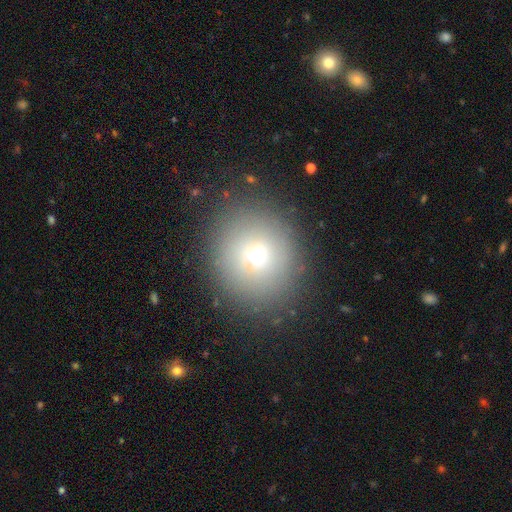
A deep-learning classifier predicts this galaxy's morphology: This appears to be a smooth galaxy with no disk features (66%) that is round (85%). Merging: none (86%).